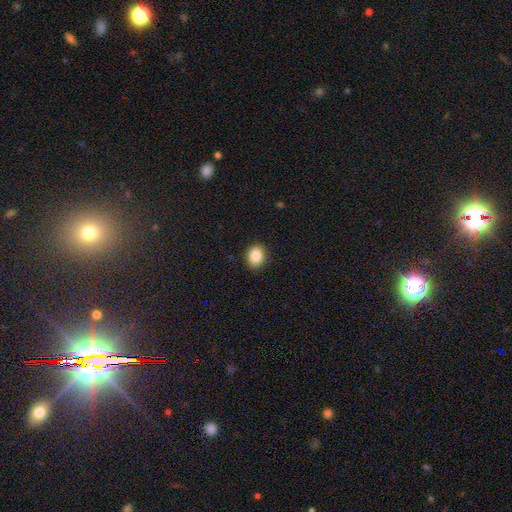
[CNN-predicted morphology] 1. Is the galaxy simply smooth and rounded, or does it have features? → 87% smooth, 9% star or artifact, 5% featured or disk.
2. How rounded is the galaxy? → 52% in between, 47% round, 1% cigar-shaped.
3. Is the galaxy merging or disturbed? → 89% none, 8% minor disturbance, 2% major disturbance, 1% merger.